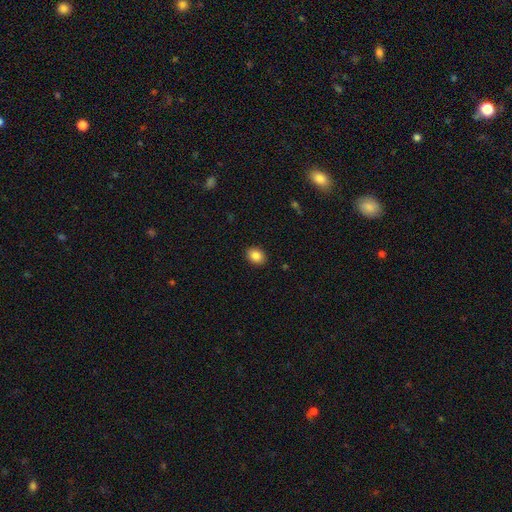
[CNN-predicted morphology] This appears to be a smooth galaxy with no disk features (86%) that is in between round and cigar-shaped (52%). Merging: none (91%).